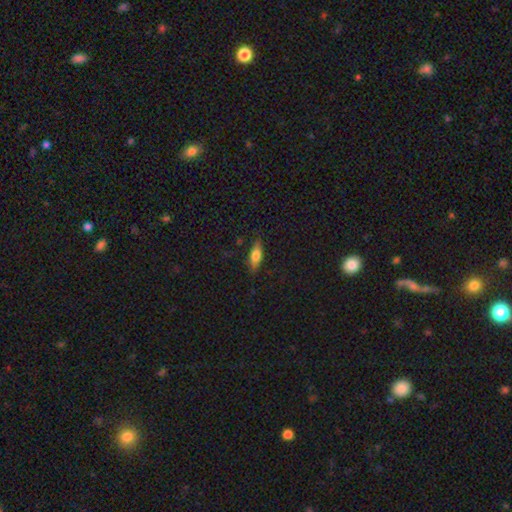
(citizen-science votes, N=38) A smooth galaxy with no disk features (68%) that is in between round and cigar-shaped (58%).

Vote fractions:
- Smooth or featured? smooth: 68% / featured or disk: 29% / star or artifact: 3%
- How rounded? in between: 58% / cigar-shaped: 42% / round: 0%
- Merging? none: 76% / minor disturbance: 19% / major disturbance: 5% / merger: 0%